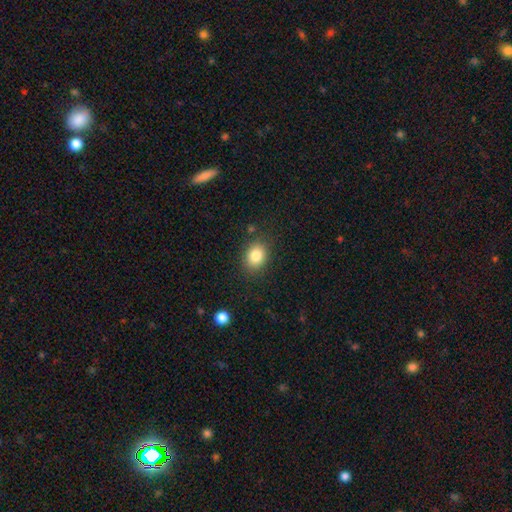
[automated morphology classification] Q: Smooth or featured?
A: smooth (84%); runner-up: star or artifact (9%)
Q: How rounded?
A: in between (56%); runner-up: round (44%)
Q: Merging?
A: none (84%); runner-up: minor disturbance (11%)